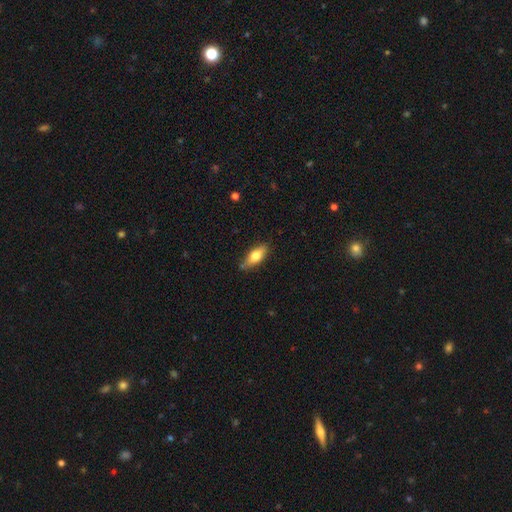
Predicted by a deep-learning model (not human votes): Smooth or featured? smooth (69%)
How rounded? in between (71%)
Merging? none (79%)